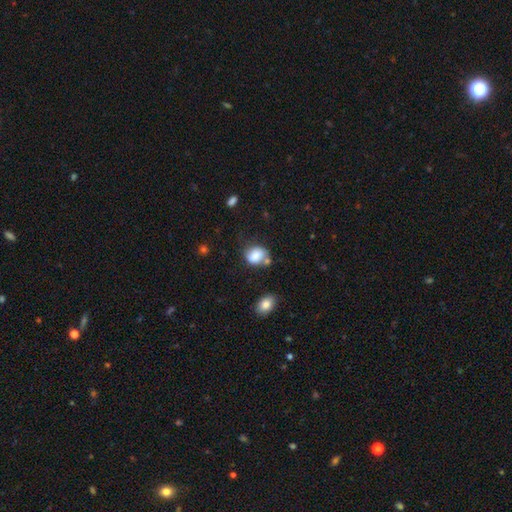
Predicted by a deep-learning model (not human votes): This appears to be a smooth galaxy with no disk features (80%) that is in between round and cigar-shaped (51%). Merging: none (47%).